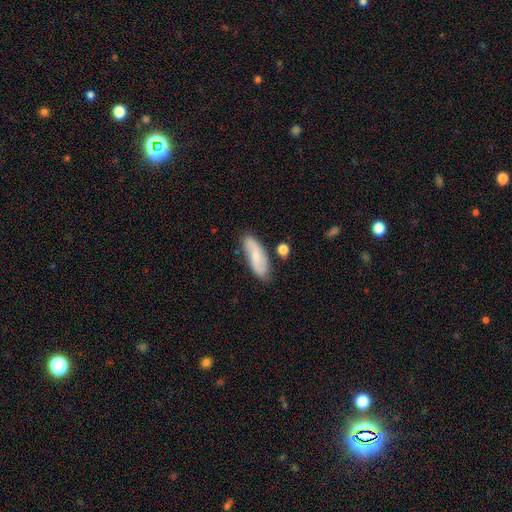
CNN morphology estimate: A smooth galaxy with no disk features (48%). Merging: none (79%).